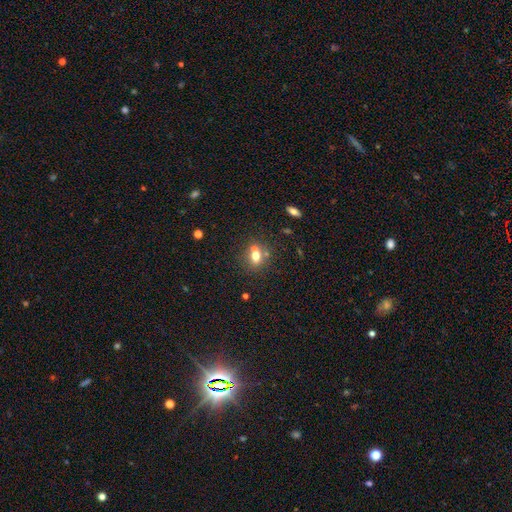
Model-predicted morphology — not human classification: This is likely a smooth galaxy (67%). How rounded: possibly round (51%). Merging: possibly none (51%).